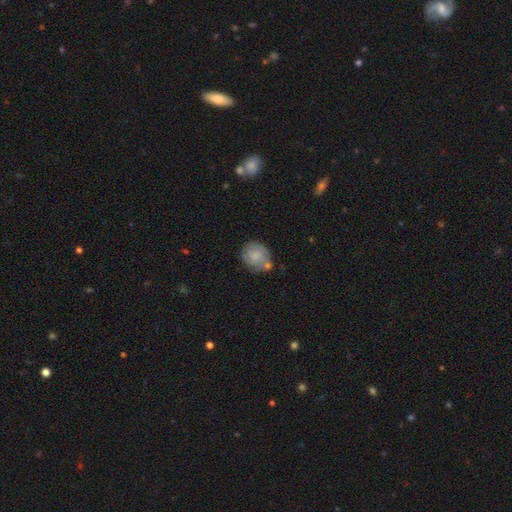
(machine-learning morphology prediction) type=smooth (61%); roundness=round (71%); merging=none (56%).